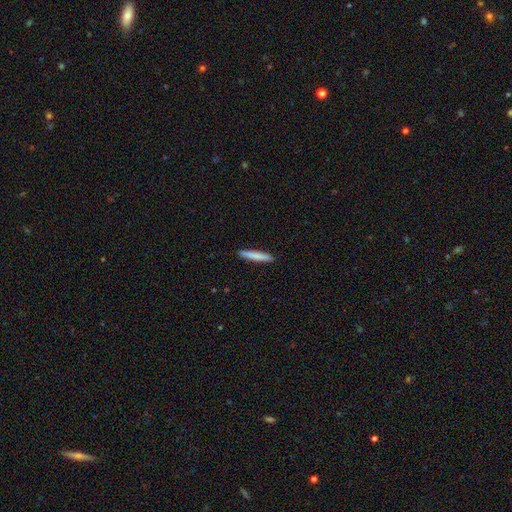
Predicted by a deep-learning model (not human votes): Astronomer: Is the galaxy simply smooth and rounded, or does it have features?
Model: smooth — 80%.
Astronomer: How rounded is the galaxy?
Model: cigar-shaped — 95%.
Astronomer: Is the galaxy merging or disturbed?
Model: none — 92%.